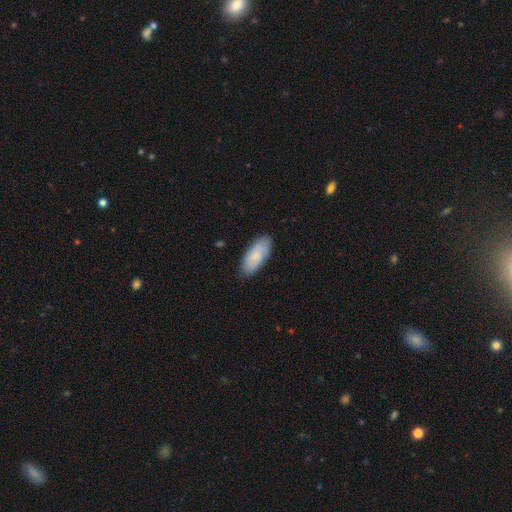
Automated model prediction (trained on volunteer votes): This appears to be a smooth galaxy with no disk features (81%) that is in between round and cigar-shaped (86%). Merging: none (85%).